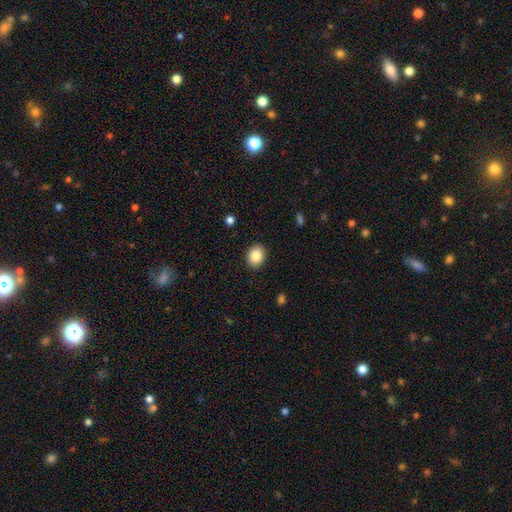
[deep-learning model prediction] This appears to be a smooth galaxy with no disk features (86%) that is round (53%). Merging: none (90%).